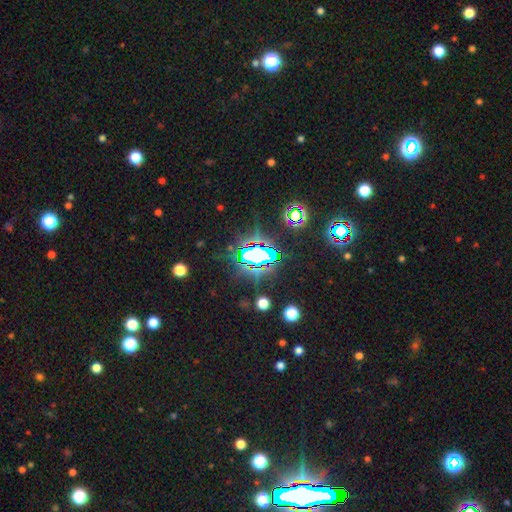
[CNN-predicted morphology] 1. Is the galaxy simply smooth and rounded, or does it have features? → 70% star or artifact, 18% smooth, 13% featured or disk.